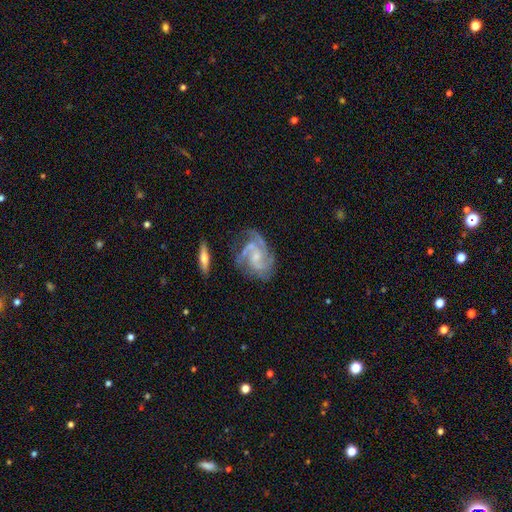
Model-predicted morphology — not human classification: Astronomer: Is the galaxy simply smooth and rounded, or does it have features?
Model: featured or disk — 87%.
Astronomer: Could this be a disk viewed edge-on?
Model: no — 97%.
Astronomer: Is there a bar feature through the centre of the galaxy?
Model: no — 56% (runner-up: weak, 36%).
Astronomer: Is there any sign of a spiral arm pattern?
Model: yes — 96%.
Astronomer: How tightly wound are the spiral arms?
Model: medium — 48% (runner-up: tight, 37%).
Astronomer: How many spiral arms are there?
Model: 3 — 42% (runner-up: 2, 27%).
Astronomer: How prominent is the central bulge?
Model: small — 61%.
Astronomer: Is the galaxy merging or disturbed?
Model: none — 58%.